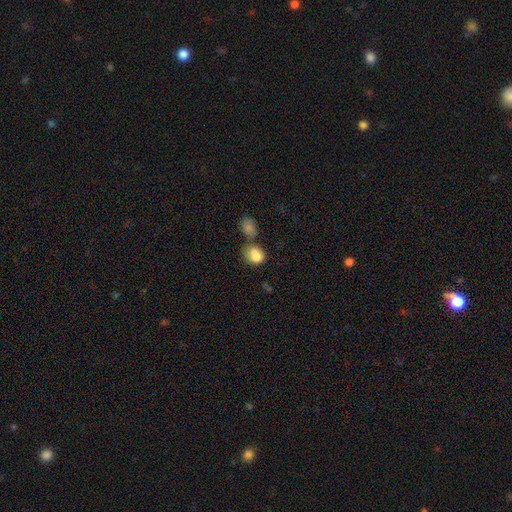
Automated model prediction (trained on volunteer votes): smooth-or-featured: smooth: 80% | featured or disk: 12% | star or artifact: 9%
  how-rounded: in between: 51% | round: 48% | cigar-shaped: 1%
  merging: merger: 50% | none: 29% | minor disturbance: 14% | major disturbance: 8%